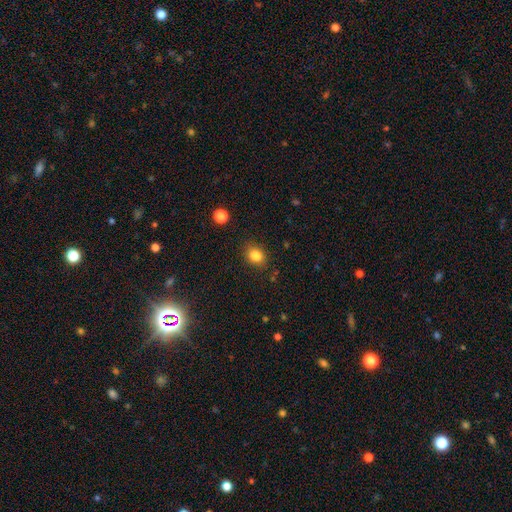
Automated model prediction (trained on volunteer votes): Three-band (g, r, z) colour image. It shows a smooth galaxy with no disk features (84%) that is in between round and cigar-shaped (58%). Merging: none (83%).